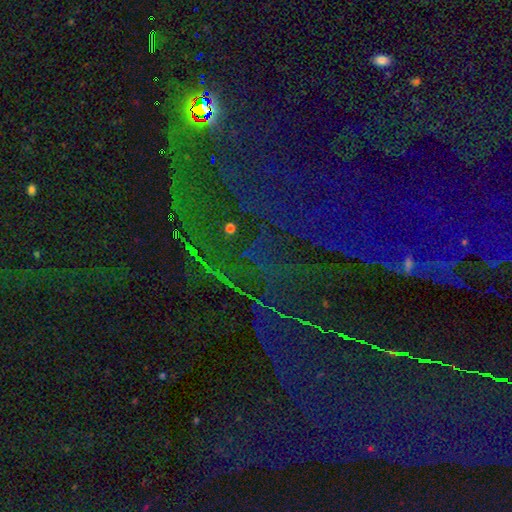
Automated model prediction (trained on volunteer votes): The model was most divided on "smooth or featured": star or artifact: 83%, smooth: 9%, featured or disk: 8%.